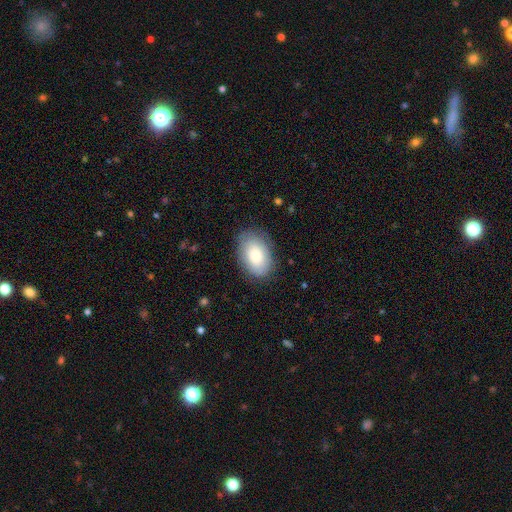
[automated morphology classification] This is likely a smooth galaxy (77%). How rounded: clearly in between (88%). Merging: clearly none (81%).